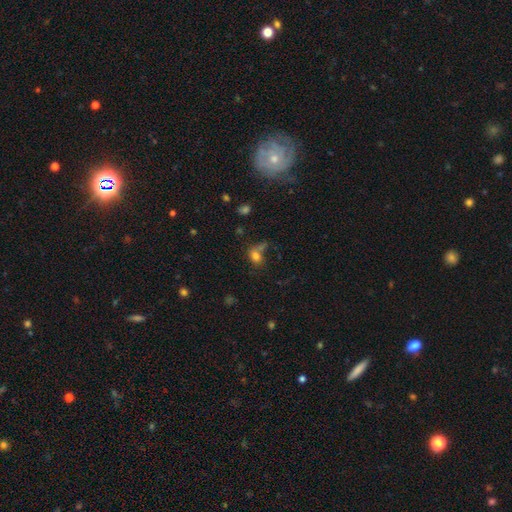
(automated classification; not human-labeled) This is likely a smooth galaxy (76%). How rounded: likely in between (63%). Merging: possibly none (45%).